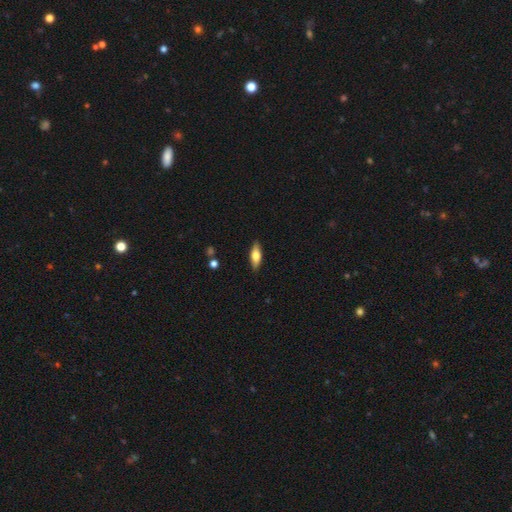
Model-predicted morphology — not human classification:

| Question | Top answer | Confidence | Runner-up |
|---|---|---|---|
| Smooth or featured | smooth | 64% | featured or disk (30%) |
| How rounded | in between | 63% | cigar-shaped (35%) |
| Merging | none | 88% | minor disturbance (9%) |